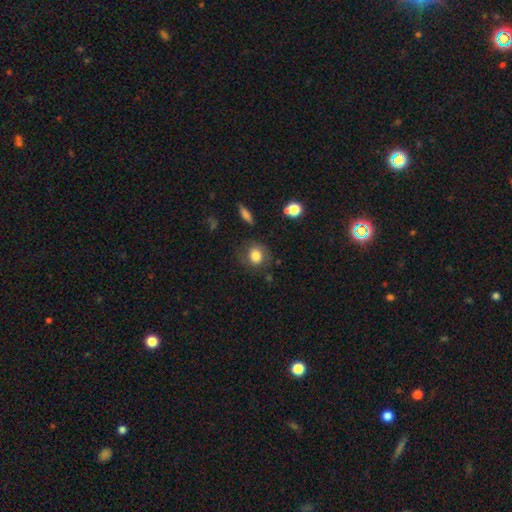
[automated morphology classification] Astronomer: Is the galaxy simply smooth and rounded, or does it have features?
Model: smooth — 81%.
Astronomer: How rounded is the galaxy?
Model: round — 72%.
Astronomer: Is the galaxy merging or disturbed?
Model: none — 74%.